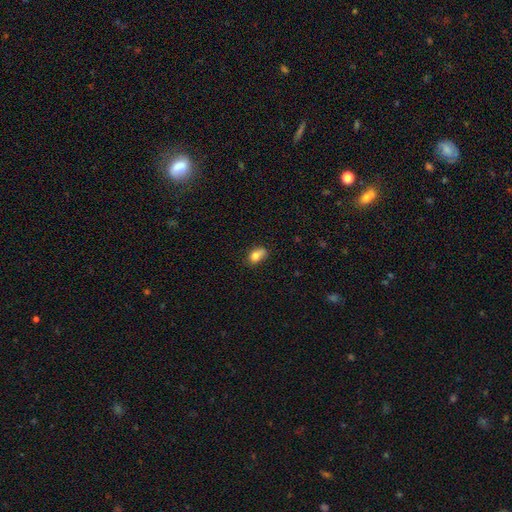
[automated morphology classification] Overall: smooth (78%). How rounded: in between (77%). Merging: none (43%; minor disturbance 32%).